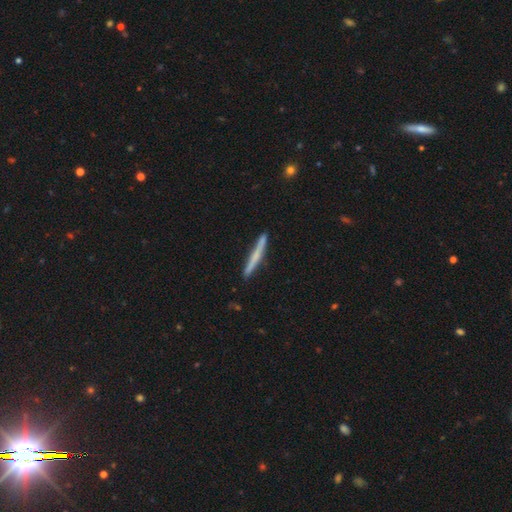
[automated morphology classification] Smooth or featured? smooth (49%)
Merging? none (88%)